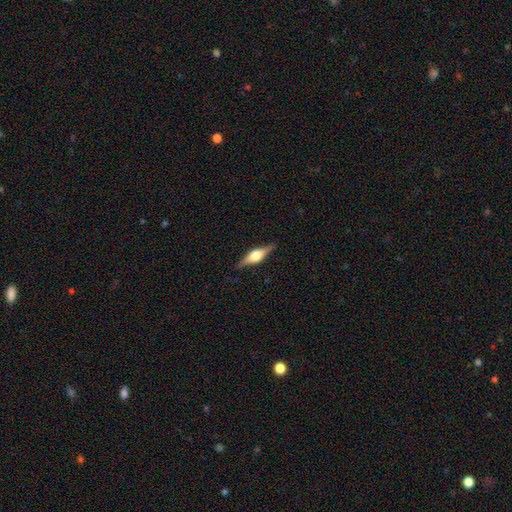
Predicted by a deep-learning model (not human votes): Q: Smooth or featured?
A: featured or disk (71%); runner-up: smooth (23%)
Q: Edge-on disk?
A: yes (97%); runner-up: no (3%)
Q: Edge-on bulge?
A: rounded (92%); runner-up: boxy (6%)
Q: Merging?
A: none (87%); runner-up: minor disturbance (9%)